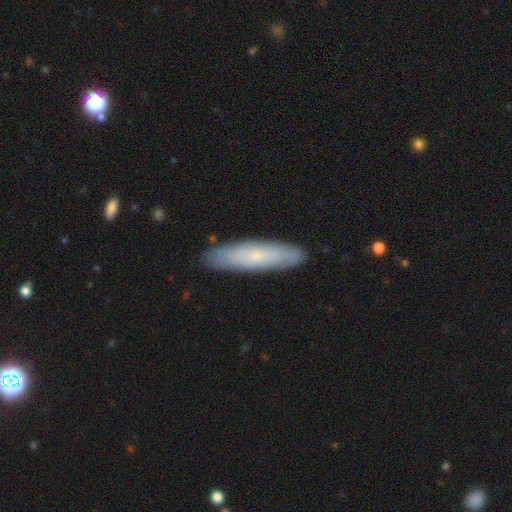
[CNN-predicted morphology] Smooth or featured? smooth (58%)
How rounded? cigar-shaped (74%)
Merging? none (87%)